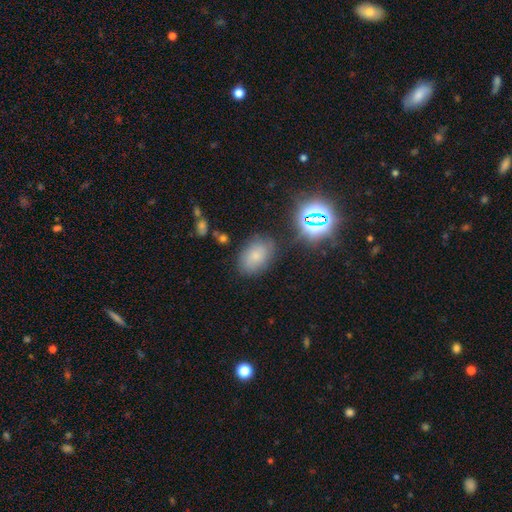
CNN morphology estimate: smooth 69%, star or artifact 20%, featured or disk 12%. Down the decision tree: how rounded — in between (82%); merging — none (77%).